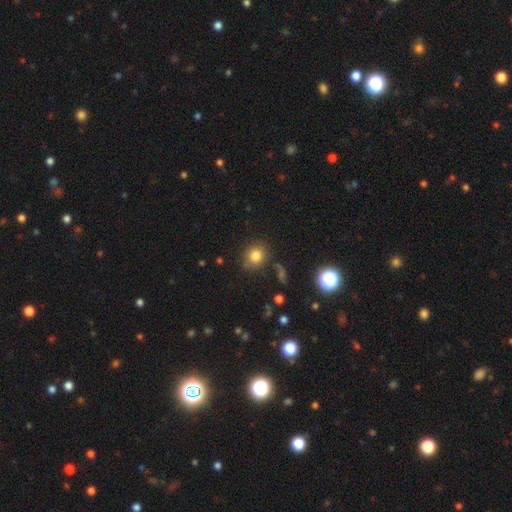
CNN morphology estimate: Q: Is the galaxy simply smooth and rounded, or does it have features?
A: smooth — 80%.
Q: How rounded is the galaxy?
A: round — 76%.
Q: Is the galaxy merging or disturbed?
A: none — 80%.